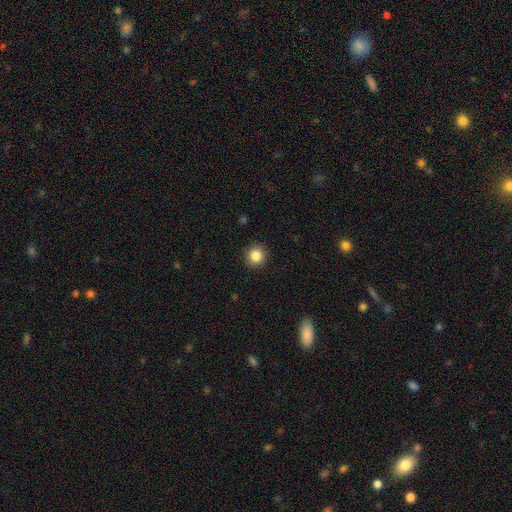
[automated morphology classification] This is clearly a smooth galaxy (86%). How rounded: clearly round (91%). Merging: clearly none (91%).